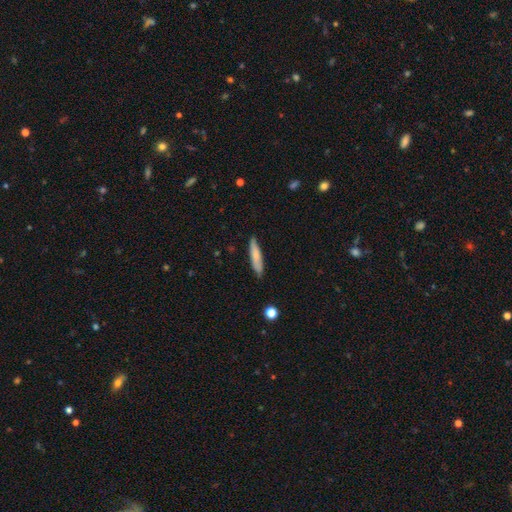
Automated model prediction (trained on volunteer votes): Smooth or featured? smooth (75%)
How rounded? cigar-shaped (84%)
Merging? none (83%)